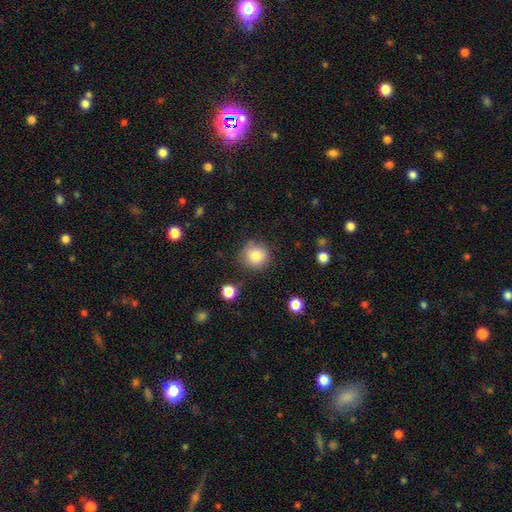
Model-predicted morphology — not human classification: This is clearly a smooth galaxy (83%). How rounded: clearly round (92%). Merging: clearly none (80%).